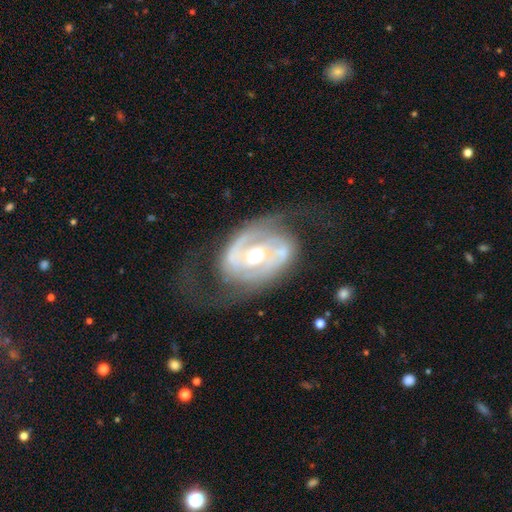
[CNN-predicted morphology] This is clearly a featured or disk galaxy (86%). It is clearly not viewed edge-on (96%). Bar: marginally no (43%). Spiral arm pattern: clearly yes (89%). Spiral arm count: likely 2 (70%). Spiral winding: marginally tight (41%). Central bulge: likely moderate (76%). Merging: possibly none (53%).